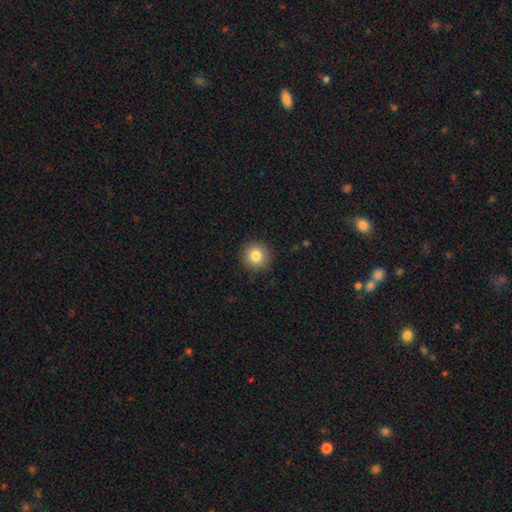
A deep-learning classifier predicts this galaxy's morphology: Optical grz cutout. It shows a smooth galaxy with no disk features (83%) that is round (94%). Merging: none (92%).